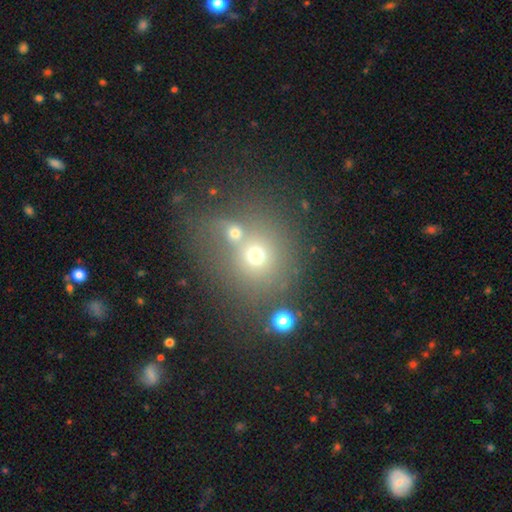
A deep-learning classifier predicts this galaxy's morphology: Q: Smooth or featured?
A: smooth (62%); runner-up: star or artifact (21%)
Q: How rounded?
A: round (82%); runner-up: in between (17%)
Q: Merging?
A: merger (44%); runner-up: none (41%)